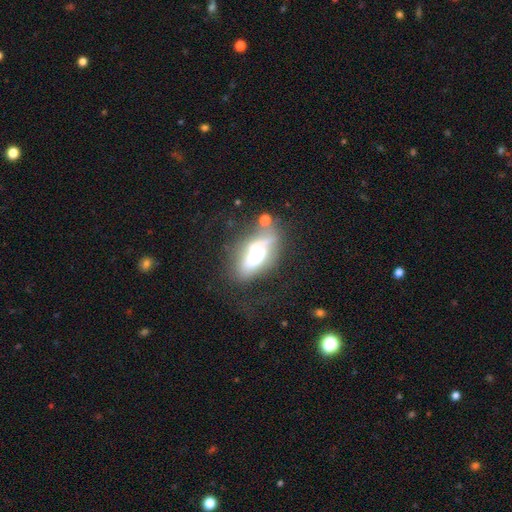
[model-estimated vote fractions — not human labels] Smooth or featured: featured or disk — 45% (smooth — 43%)
Merging: none — 37% (major disturbance — 26%)